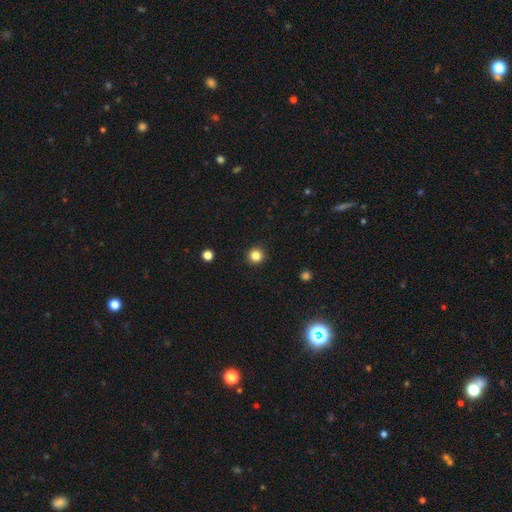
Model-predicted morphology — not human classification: type=smooth (84%); roundness=round (95%); merging=none (93%).